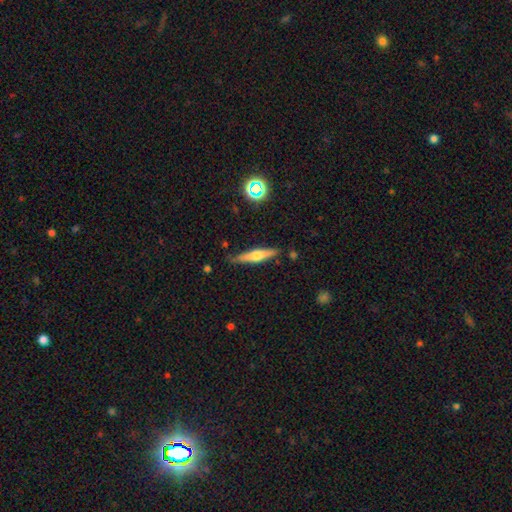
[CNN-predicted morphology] This appears to be a featured or disk galaxy (51%) viewed edge-on (94%). Merging: none (82%).